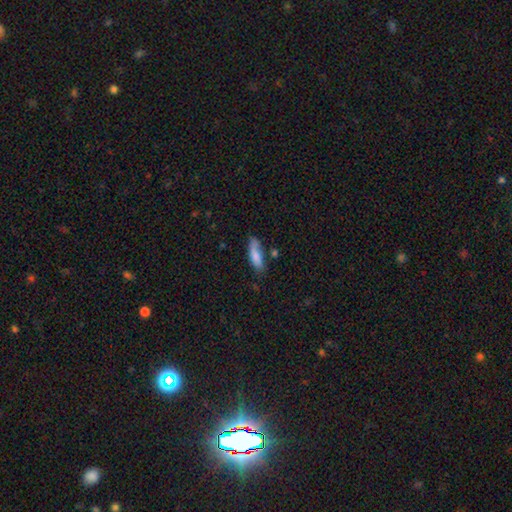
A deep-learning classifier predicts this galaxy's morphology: smooth-or-featured: smooth: 80% | featured or disk: 13% | star or artifact: 7%
  how-rounded: in between: 53% | cigar-shaped: 45% | round: 2%
  merging: none: 61% | minor disturbance: 25% | merger: 8% | major disturbance: 7%